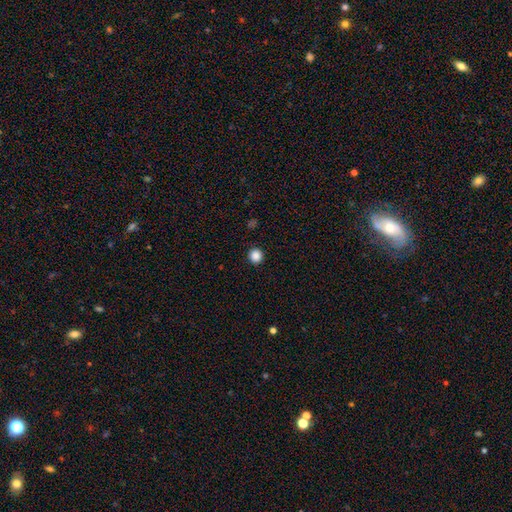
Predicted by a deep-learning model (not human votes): A smooth galaxy with no disk features (86%) that is round (93%). Merging: none (92%).